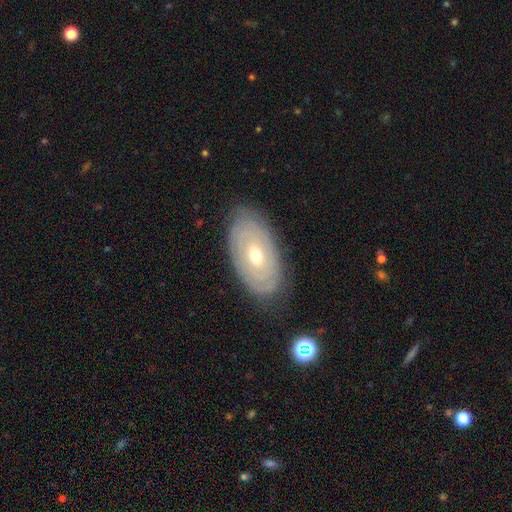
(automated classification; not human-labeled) A featured or disk galaxy (74%) with no bar (71%), tight (85%) spiral arms (79%) and a moderate central bulge (59%). Merging: none (81%).